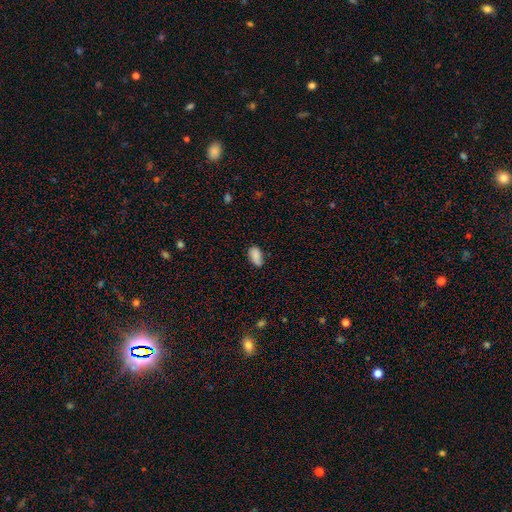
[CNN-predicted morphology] The model was most divided on "merging": none: 64%, minor disturbance: 27%, major disturbance: 6%, merger: 3%. More confident: how rounded — in between (93%); smooth or featured — smooth (84%).